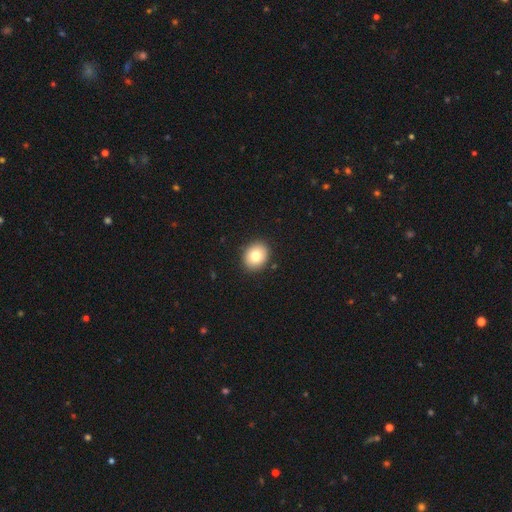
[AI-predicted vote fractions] smooth-or-featured: smooth: 78% | featured or disk: 13% | star or artifact: 9%
  how-rounded: round: 65% | in between: 34% | cigar-shaped: 1%
  merging: none: 90% | minor disturbance: 7% | major disturbance: 2% | merger: 1%